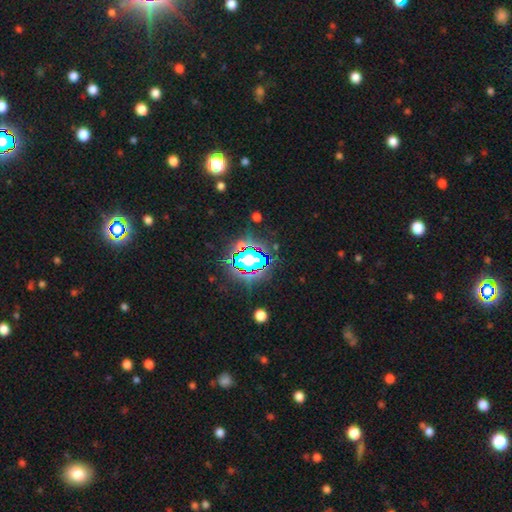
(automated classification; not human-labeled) Q: Smooth or featured?
A: star or artifact (67%); runner-up: smooth (19%)